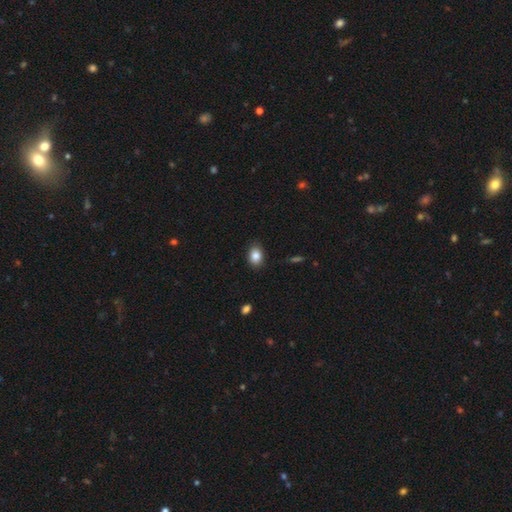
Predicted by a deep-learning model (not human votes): A smooth galaxy with no disk features (84%) that is in between round and cigar-shaped (74%). Merging: none (86%).